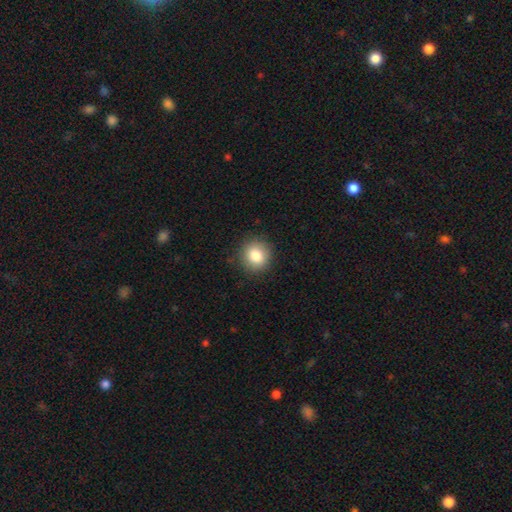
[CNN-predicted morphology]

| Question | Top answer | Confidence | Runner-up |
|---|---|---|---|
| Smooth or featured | smooth | 83% | star or artifact (10%) |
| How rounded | round | 87% | in between (12%) |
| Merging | none | 89% | minor disturbance (8%) |